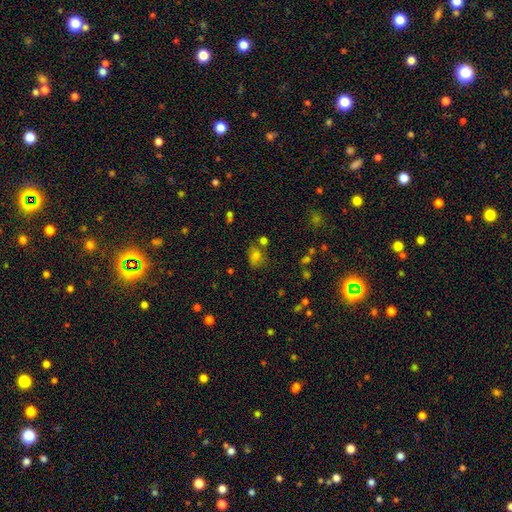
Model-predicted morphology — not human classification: A smooth galaxy with no disk features (71%) that is in between round and cigar-shaped (59%). Merging: none (58%).